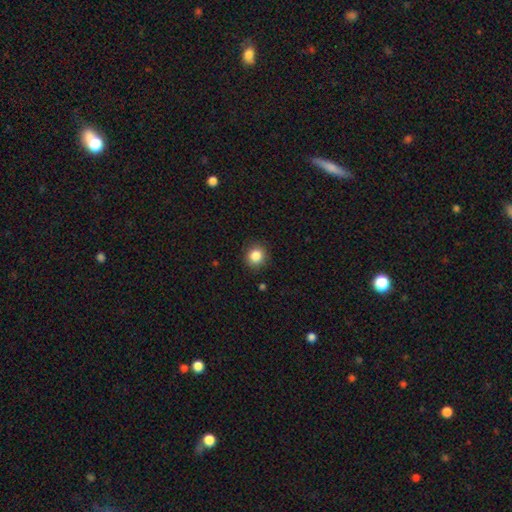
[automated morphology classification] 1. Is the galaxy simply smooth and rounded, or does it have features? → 85% smooth, 10% star or artifact, 4% featured or disk.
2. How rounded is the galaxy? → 89% round, 10% in between, 1% cigar-shaped.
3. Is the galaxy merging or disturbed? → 90% none, 7% minor disturbance, 2% major disturbance, 1% merger.